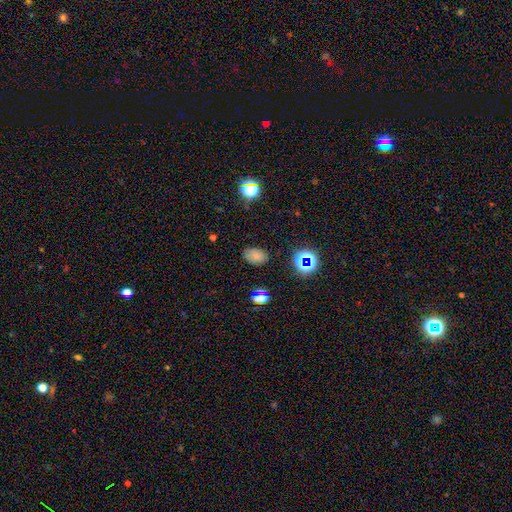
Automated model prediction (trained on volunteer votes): Overall: smooth (69%). How rounded: in between (82%). Merging: none (76%).